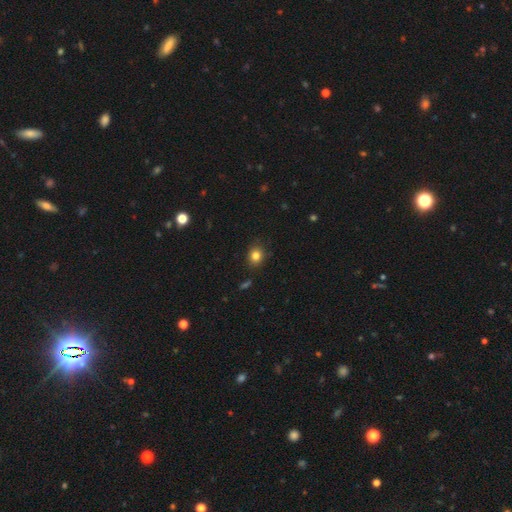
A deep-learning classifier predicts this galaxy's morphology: A smooth galaxy with no disk features (82%) that is round (67%). Merging: none (85%).